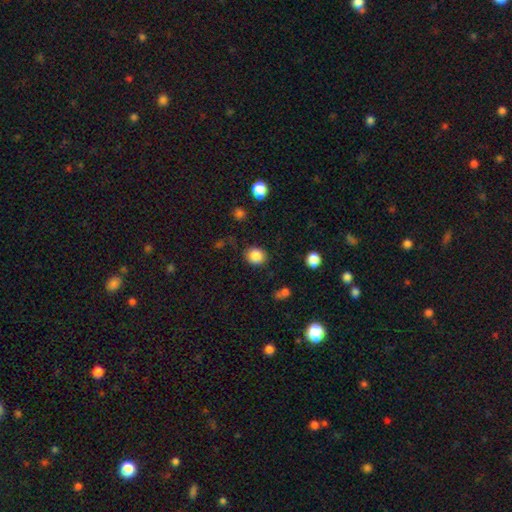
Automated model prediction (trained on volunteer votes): Overall: smooth (86%). How rounded: round (78%). Merging: none (83%).